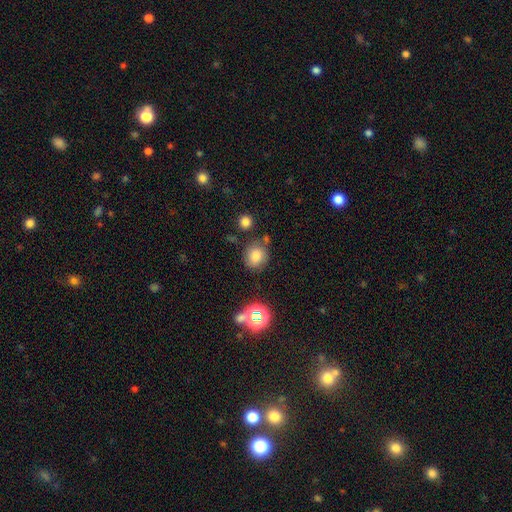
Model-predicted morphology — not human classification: A smooth galaxy with no disk features (79%) that is round (77%).

Vote fractions:
- Smooth or featured? smooth: 79% / star or artifact: 14% / featured or disk: 7%
- How rounded? round: 77% / in between: 22% / cigar-shaped: 1%
- Merging? none: 74% / minor disturbance: 14% / merger: 7% / major disturbance: 4%